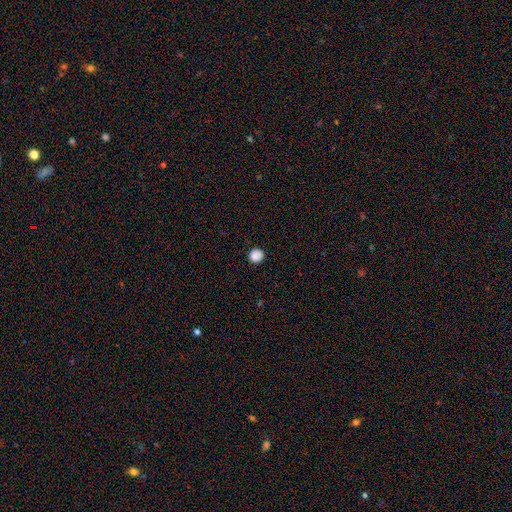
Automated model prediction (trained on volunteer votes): smooth-or-featured: smooth: 87% | star or artifact: 10% | featured or disk: 3%
  how-rounded: round: 91% | in between: 8% | cigar-shaped: 1%
  merging: none: 90% | minor disturbance: 7% | major disturbance: 2% | merger: 1%